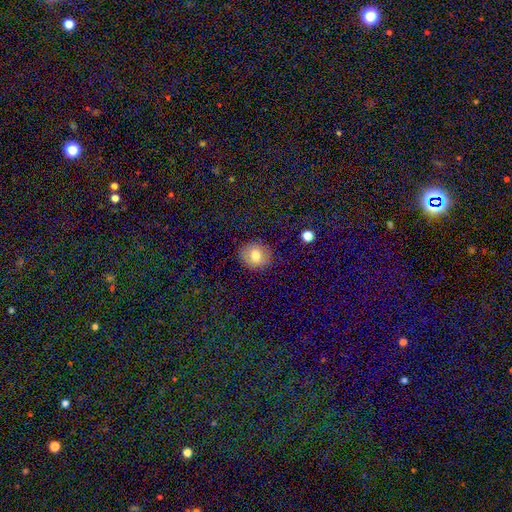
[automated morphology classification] smooth_or_featured: smooth (p=0.76) [alt: featured or disk p=0.14]
how_rounded: round (p=0.80) [alt: in between p=0.19]
merging: none (p=0.87) [alt: minor disturbance p=0.09]